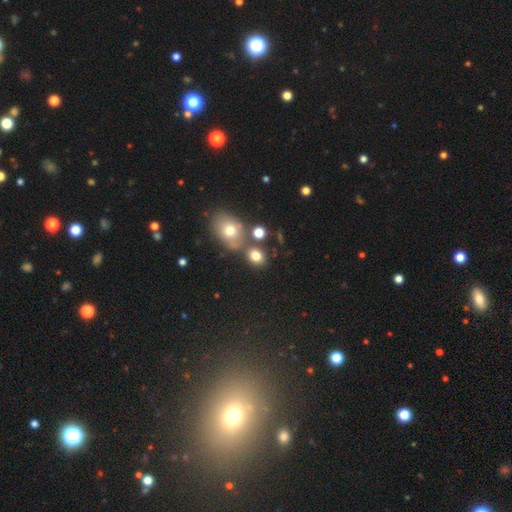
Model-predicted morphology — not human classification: smooth-or-featured: smooth: 77% | star or artifact: 13% | featured or disk: 10%
  how-rounded: in between: 49% (tied) | round: 49% (tied) | cigar-shaped: 1%
  merging: none: 62% | merger: 21% | minor disturbance: 12% | major disturbance: 5%